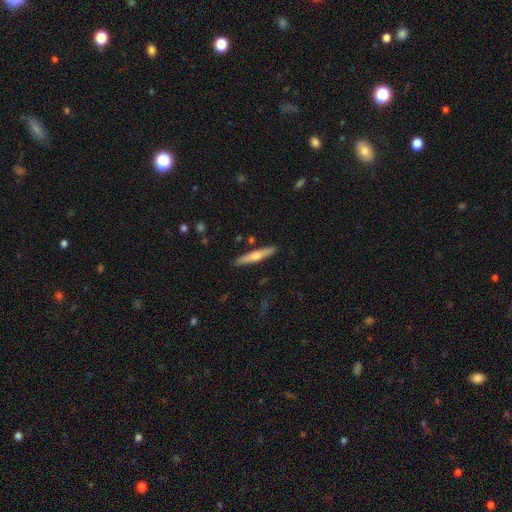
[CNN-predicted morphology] smooth-or-featured: featured or disk: 48% | smooth: 47% | star or artifact: 6%
  merging: none: 89% | minor disturbance: 7% | merger: 2% | major disturbance: 2%